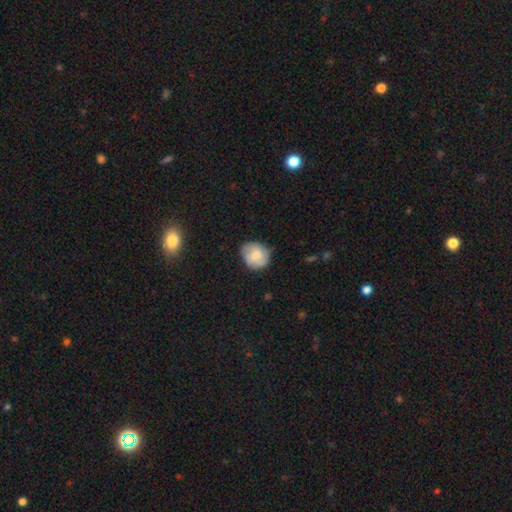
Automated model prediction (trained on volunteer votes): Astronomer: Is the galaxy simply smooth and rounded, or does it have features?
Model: smooth — 70%.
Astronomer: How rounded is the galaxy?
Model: round — 73%.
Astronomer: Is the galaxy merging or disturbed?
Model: none — 71%.